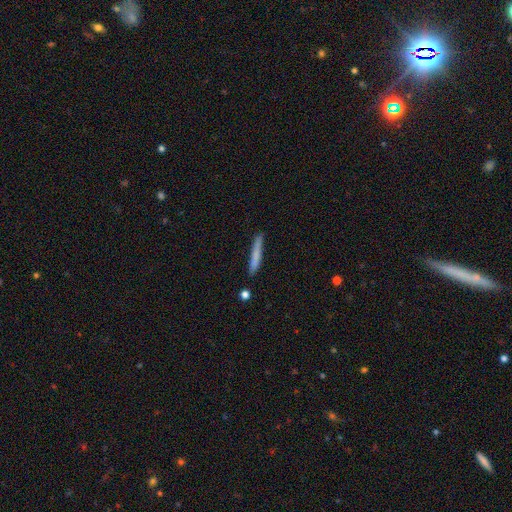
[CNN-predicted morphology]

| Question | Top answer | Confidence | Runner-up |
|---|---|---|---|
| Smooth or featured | smooth | 73% | featured or disk (21%) |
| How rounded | cigar-shaped | 95% | in between (3%) |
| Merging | none | 85% | minor disturbance (11%) |